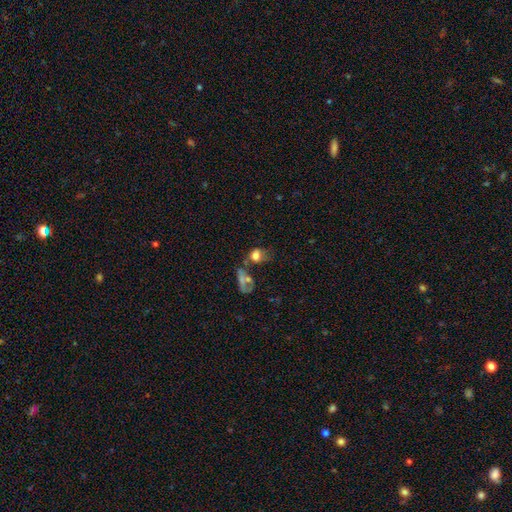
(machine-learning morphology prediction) A smooth galaxy with no disk features (69%) that is in between round and cigar-shaped (63%).

Vote fractions:
- Smooth or featured? smooth: 69% / featured or disk: 19% / star or artifact: 12%
- How rounded? in between: 63% / round: 35% / cigar-shaped: 2%
- Merging? merger: 28% (tied) / none: 28% (tied) / major disturbance: 25% / minor disturbance: 19%